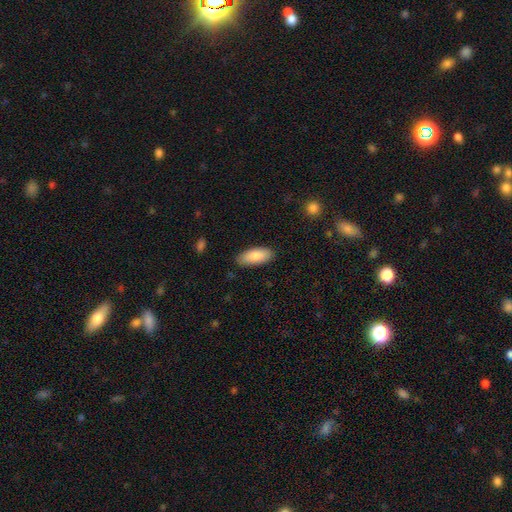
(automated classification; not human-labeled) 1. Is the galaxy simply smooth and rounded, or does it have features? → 86% smooth, 8% featured or disk, 6% star or artifact.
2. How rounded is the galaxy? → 83% in between, 15% cigar-shaped, 2% round.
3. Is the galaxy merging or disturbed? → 85% none, 11% minor disturbance, 2% major disturbance, 1% merger.